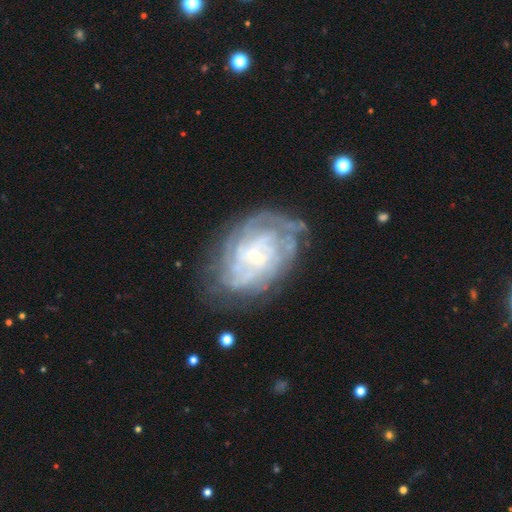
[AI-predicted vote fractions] Smooth or featured? featured or disk (84%)
Edge-on disk? no (97%)
Bar? no (71%)
Spiral arms? yes (93%)
Spiral winding? tight (71%)
Spiral arm count? can't tell (40%)
Bulge size? small (81%)
Merging? none (69%)